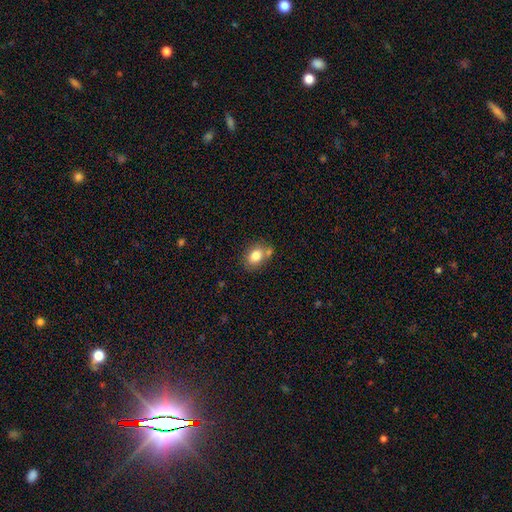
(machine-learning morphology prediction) Q: Smooth or featured?
A: smooth (81%); runner-up: featured or disk (10%)
Q: How rounded?
A: in between (67%); runner-up: round (32%)
Q: Merging?
A: none (59%); runner-up: merger (22%)